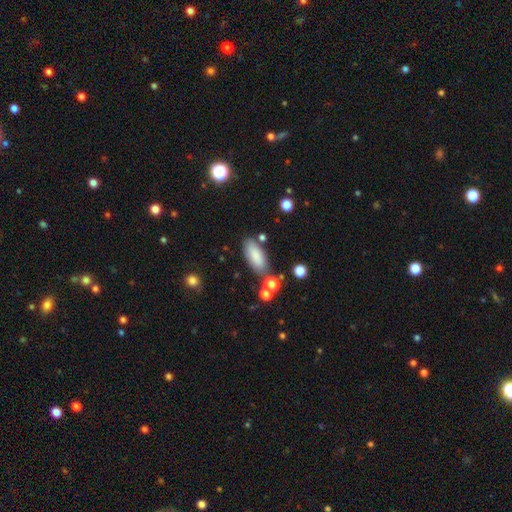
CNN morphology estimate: This appears to be a smooth galaxy with no disk features (84%) that is in between round and cigar-shaped (83%). Merging: none (72%).